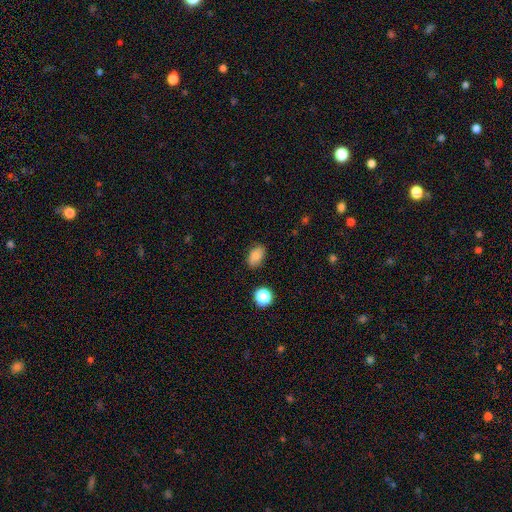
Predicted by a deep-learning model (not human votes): A smooth galaxy with no disk features (81%) that is in between round and cigar-shaped (86%).

Vote fractions:
- Smooth or featured? smooth: 81% / star or artifact: 11% / featured or disk: 8%
- How rounded? in between: 86% / round: 13% / cigar-shaped: 1%
- Merging? none: 81% / minor disturbance: 14% / major disturbance: 3% / merger: 2%